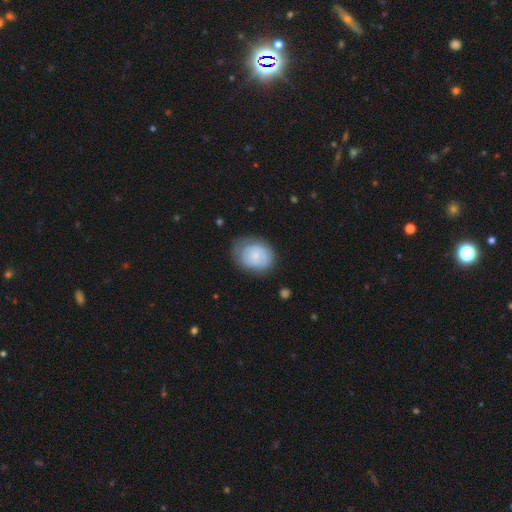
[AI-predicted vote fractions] A smooth galaxy with no disk features (55%) that is round (55%). Merging: none (59%).